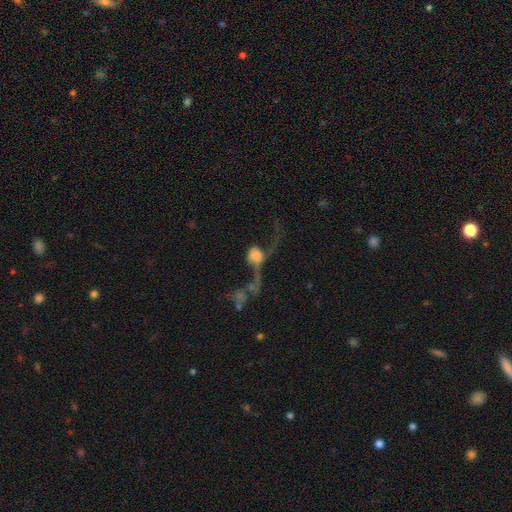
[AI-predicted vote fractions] Q: Smooth or featured?
A: featured or disk (45%); runner-up: smooth (42%)
Q: Merging?
A: major disturbance (42%); runner-up: merger (31%)